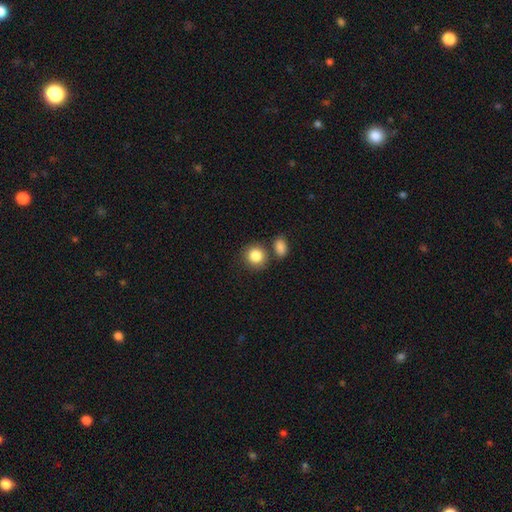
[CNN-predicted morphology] Smooth or featured: smooth — 86% (star or artifact — 8%)
How rounded: round — 82% (in between — 17%)
Merging: none — 69% (merger — 17%)